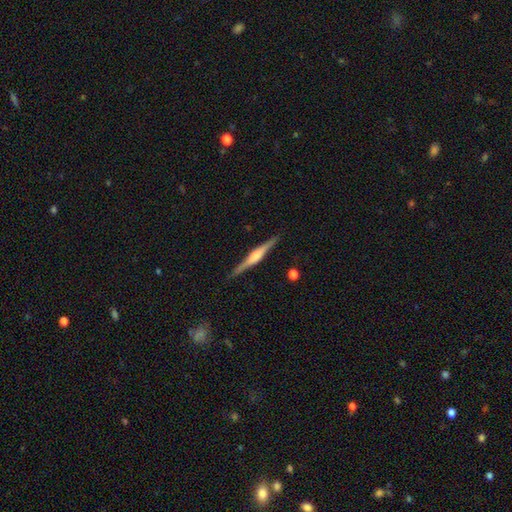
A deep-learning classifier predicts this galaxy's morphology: Smooth or featured?
  - featured or disk: 79% *
  - smooth: 16%
  - star or artifact: 5%
Edge-on disk?
  - yes: 98% *
  - no: 2%
Edge-on bulge?
  - rounded: 70% *
  - boxy: 23%
  - none: 7%
Merging?
  - none: 90% *
  - minor disturbance: 7%
  - major disturbance: 2%
  - merger: 1%